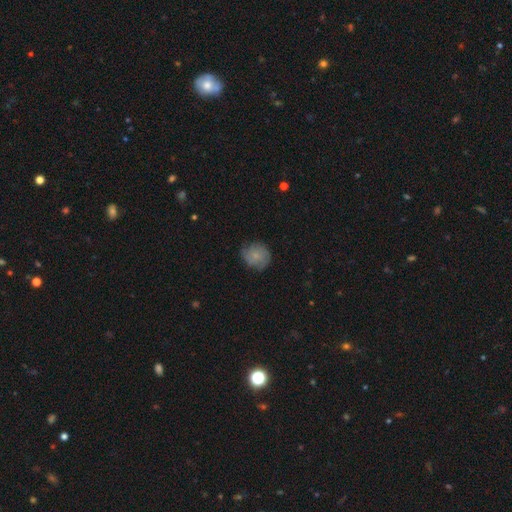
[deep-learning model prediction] Smooth or featured: smooth — 58% (featured or disk — 34%)
How rounded: round — 83% (in between — 16%)
Merging: none — 69% (minor disturbance — 23%)